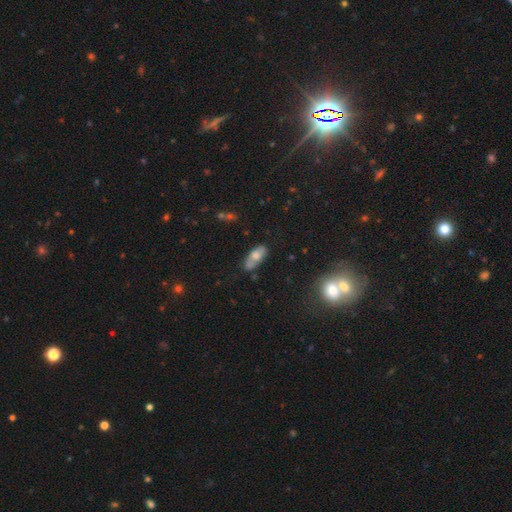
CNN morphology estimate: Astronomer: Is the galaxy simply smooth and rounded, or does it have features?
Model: smooth — 63%.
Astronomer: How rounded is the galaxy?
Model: in between — 83%.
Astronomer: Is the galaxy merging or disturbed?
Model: none — 65%.